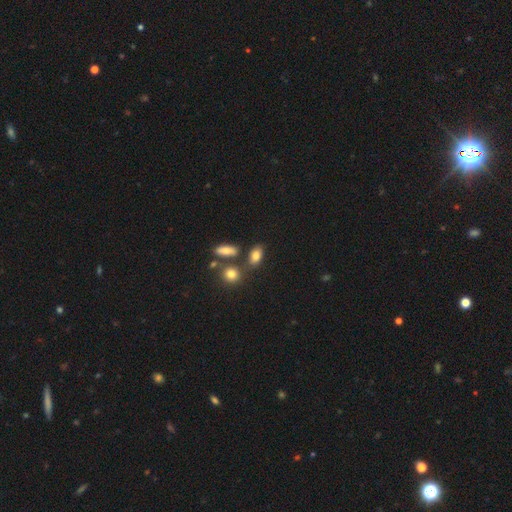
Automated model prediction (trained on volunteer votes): Overall: smooth (79%). How rounded: in between (82%). Merging: none (66%).